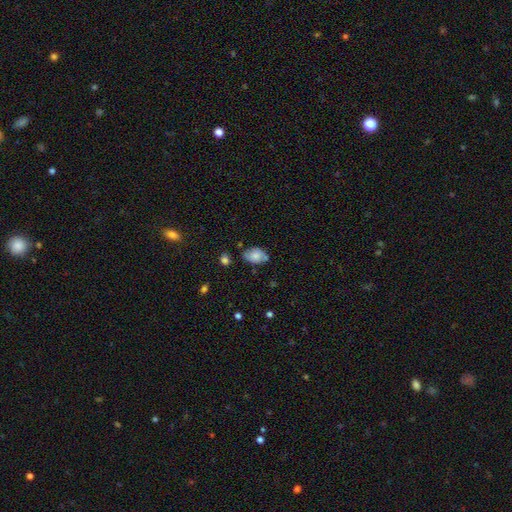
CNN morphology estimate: This appears to be a smooth galaxy with no disk features (77%) that is in between round and cigar-shaped (81%). Merging: none (63%).